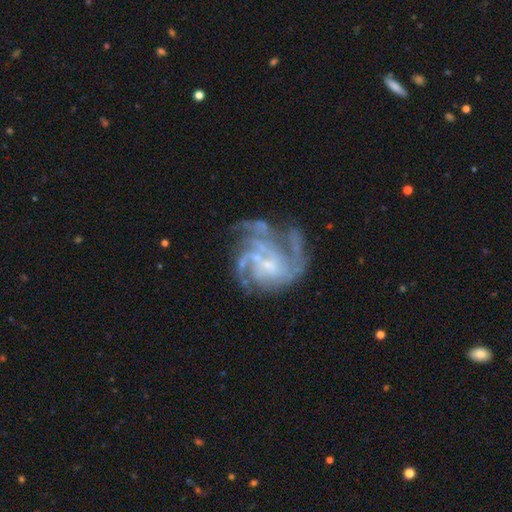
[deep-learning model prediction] The model was most divided on "spiral arm count": 4: 27%, 3: 26%, can't tell: 21%, 2: 9%, more than 4: 8%, 1: 7%. Remaining: edge-on disk — no (98%); spiral arms — yes (93%); smooth or featured — featured or disk (85%); bulge size — small (57%); bar — no (54%); merging — none (52%); spiral winding — medium (44%).